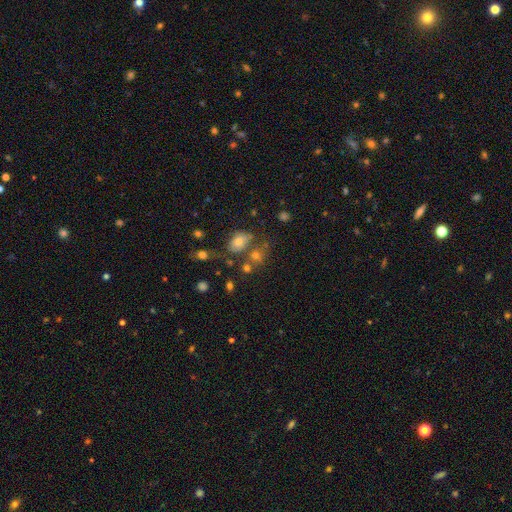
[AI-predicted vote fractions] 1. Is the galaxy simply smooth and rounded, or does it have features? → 63% smooth, 21% star or artifact, 17% featured or disk.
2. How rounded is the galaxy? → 51% round, 47% in between, 2% cigar-shaped.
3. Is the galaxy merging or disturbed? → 52% none, 24% merger, 15% minor disturbance, 9% major disturbance.